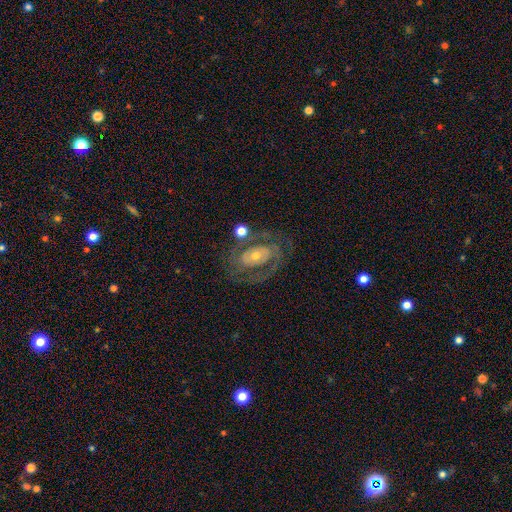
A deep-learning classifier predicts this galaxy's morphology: Q: Smooth or featured?
A: featured or disk (81%); runner-up: smooth (11%)
Q: Edge-on disk?
A: no (96%); runner-up: yes (4%)
Q: Bar?
A: no (60%); runner-up: weak (27%)
Q: Spiral arms?
A: yes (82%); runner-up: no (18%)
Q: Spiral winding?
A: tight (56%); runner-up: medium (34%)
Q: Spiral arm count?
A: 2 (59%); runner-up: can't tell (22%)
Q: Bulge size?
A: small (56%); runner-up: moderate (38%)
Q: Merging?
A: none (67%); runner-up: minor disturbance (16%)